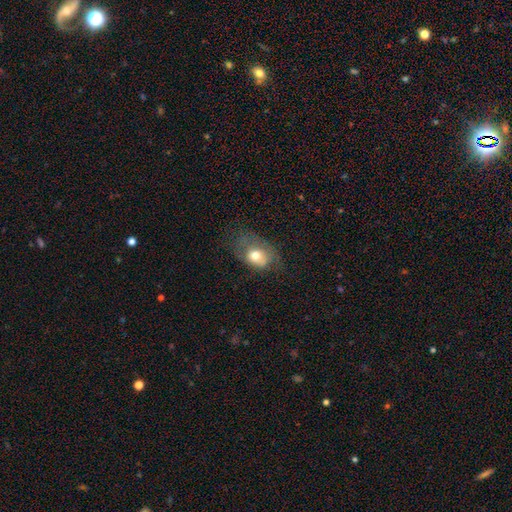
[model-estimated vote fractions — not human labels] This appears to be a smooth galaxy with no disk features (67%) that is in between round and cigar-shaped (68%). Merging: none (35%).